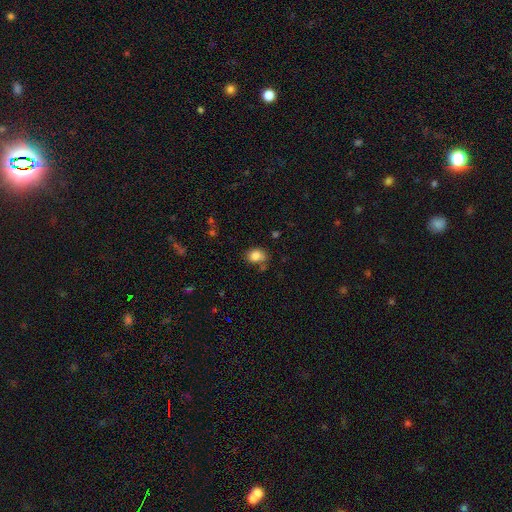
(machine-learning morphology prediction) smooth 83%, star or artifact 10%, featured or disk 7%. Down the decision tree: how rounded — in between (56%); merging — none (66%).